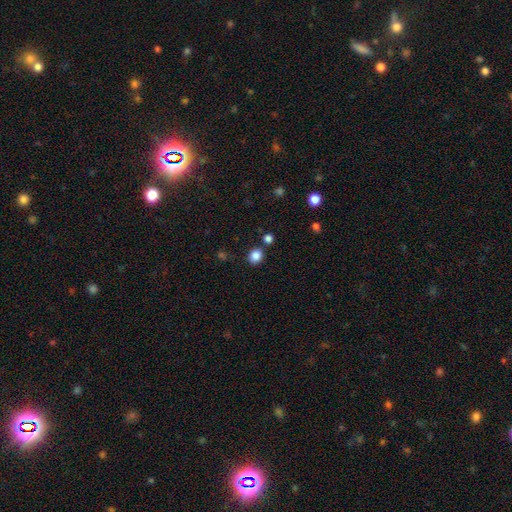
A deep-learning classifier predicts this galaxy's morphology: Smooth or featured? Predicted: smooth (p=0.85). How rounded? Predicted: round (p=0.66). Merging? Predicted: none (p=0.83).